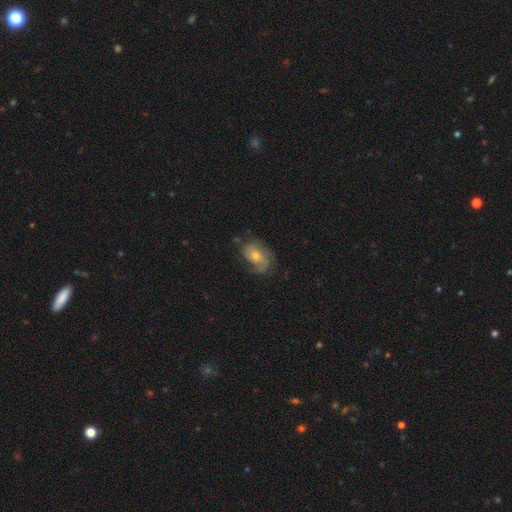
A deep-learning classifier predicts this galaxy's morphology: The model was most divided on "spiral winding": medium: 40%, tight: 38%, loose: 22%. Remaining: edge-on disk — no (95%); spiral arms — yes (85%); bar — no (69%); smooth or featured — featured or disk (64%); merging — none (63%); bulge size — moderate (63%); spiral arm count — 2 (39%).